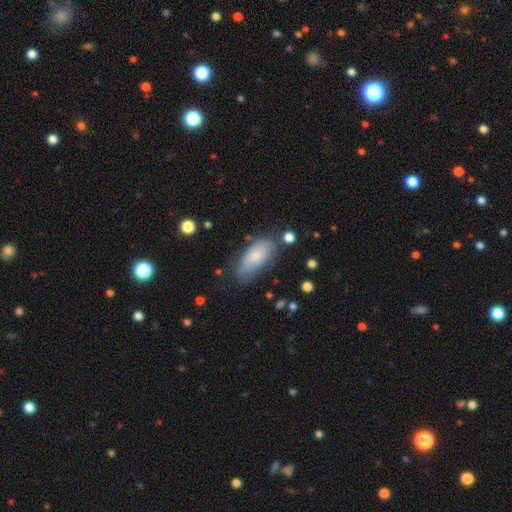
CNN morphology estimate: smooth_or_featured: smooth (p=0.75) [alt: featured or disk p=0.18]
how_rounded: in between (p=0.87) [alt: cigar-shaped p=0.11]
merging: none (p=0.63) [alt: minor disturbance p=0.25]